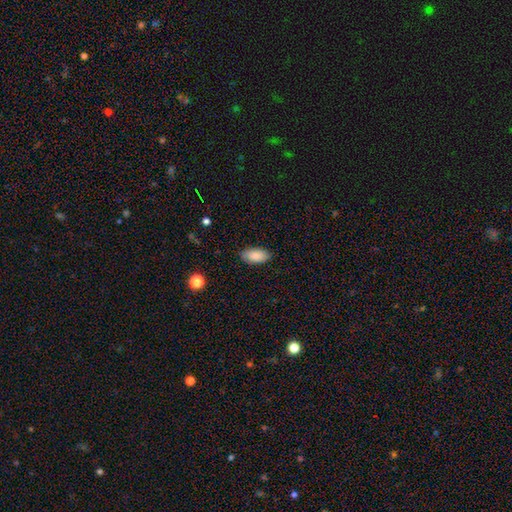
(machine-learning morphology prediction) The model was most divided on "merging": none: 85%, minor disturbance: 11%, major disturbance: 2%, merger: 1%. More confident: how rounded — in between (94%); smooth or featured — smooth (88%).